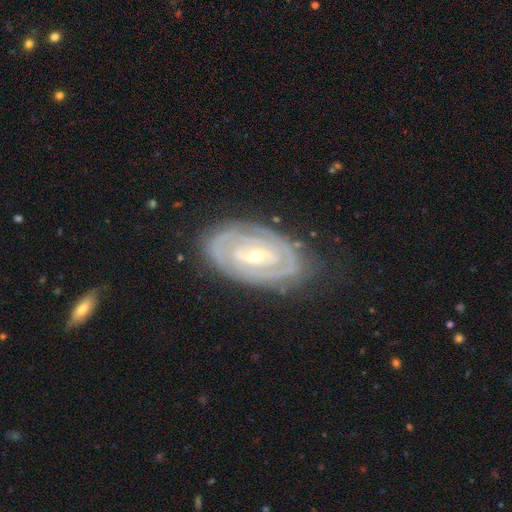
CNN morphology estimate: This is clearly a featured or disk galaxy (85%). It is clearly not viewed edge-on (94%). Bar: marginally weak (39%). Spiral arm pattern: clearly yes (88%). Spiral arm count: marginally 2 (42%). Spiral winding: likely tight (79%). Central bulge: likely small (68%). Merging: likely none (80%).